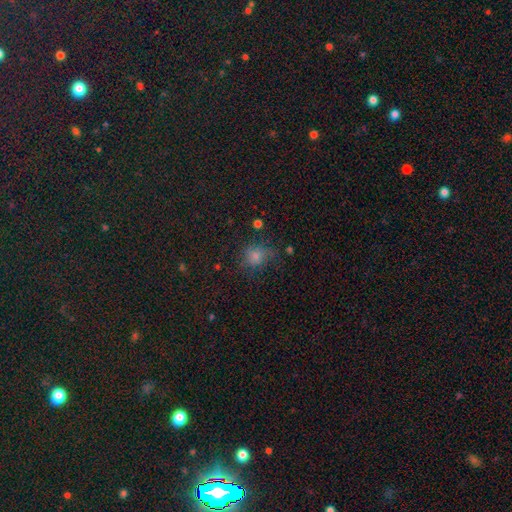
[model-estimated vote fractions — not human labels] smooth_or_featured: smooth (p=0.63) [alt: star or artifact p=0.26]
how_rounded: round (p=0.73) [alt: in between p=0.25]
merging: none (p=0.62) [alt: minor disturbance p=0.23]